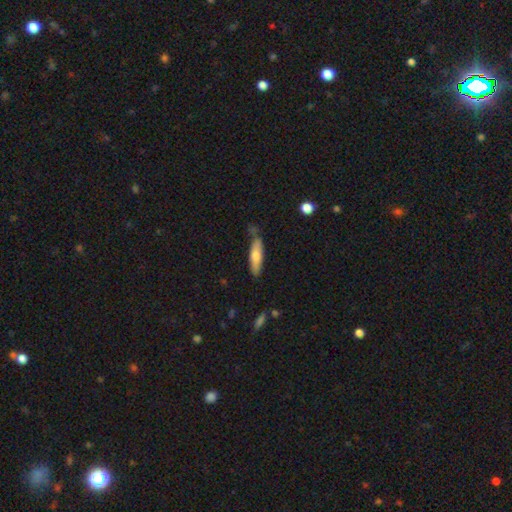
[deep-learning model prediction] A smooth galaxy with no disk features (65%) that is cigar-shaped (71%).

Vote fractions:
- Smooth or featured? smooth: 65% / featured or disk: 30% / star or artifact: 6%
- How rounded? cigar-shaped: 71% / in between: 27% / round: 2%
- Merging? none: 72% / minor disturbance: 19% / merger: 5% / major disturbance: 4%